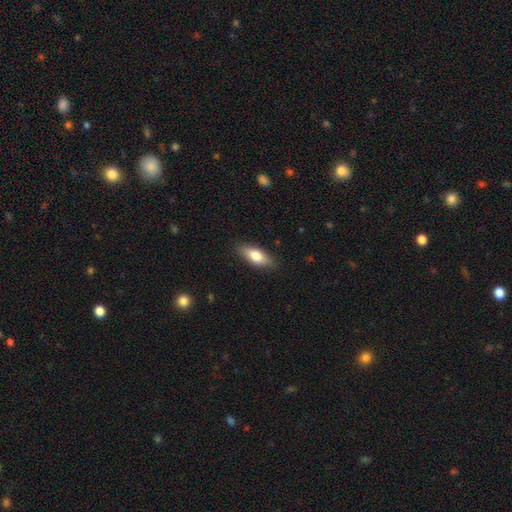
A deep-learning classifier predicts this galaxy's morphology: smooth-or-featured: smooth: 76% | featured or disk: 18% | star or artifact: 6%
  how-rounded: in between: 73% | cigar-shaped: 24% | round: 3%
  merging: none: 86% | minor disturbance: 11% | major disturbance: 2% | merger: 1%